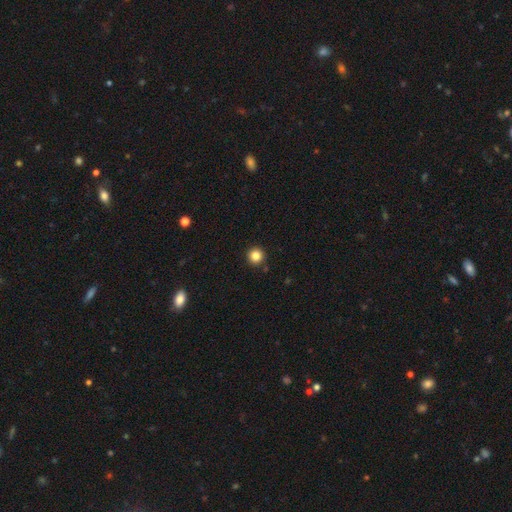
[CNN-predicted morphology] A smooth galaxy with no disk features (84%) that is round (96%). Merging: none (92%).